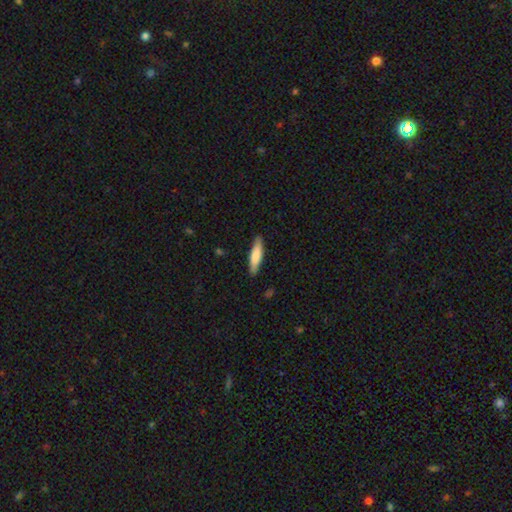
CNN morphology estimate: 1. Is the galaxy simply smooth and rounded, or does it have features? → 77% smooth, 18% featured or disk, 5% star or artifact.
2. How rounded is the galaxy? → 77% cigar-shaped, 21% in between, 1% round.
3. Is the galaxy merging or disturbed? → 88% none, 10% minor disturbance, 2% major disturbance, 1% merger.